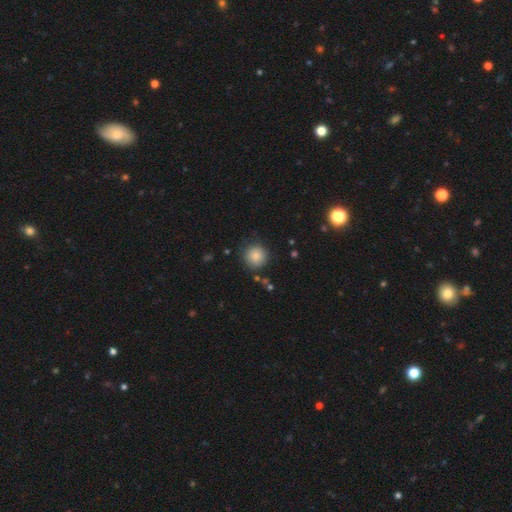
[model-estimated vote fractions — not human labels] Overall: smooth (84%). How rounded: round (93%). Merging: none (83%).